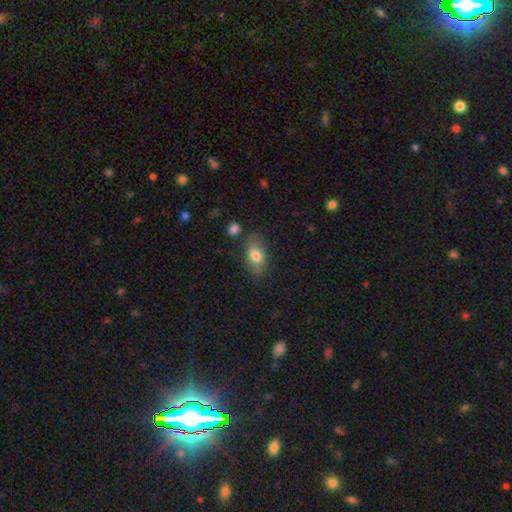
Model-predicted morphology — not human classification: Q: Smooth or featured?
A: smooth (76%); runner-up: featured or disk (17%)
Q: How rounded?
A: in between (89%); runner-up: round (6%)
Q: Merging?
A: none (79%); runner-up: minor disturbance (14%)